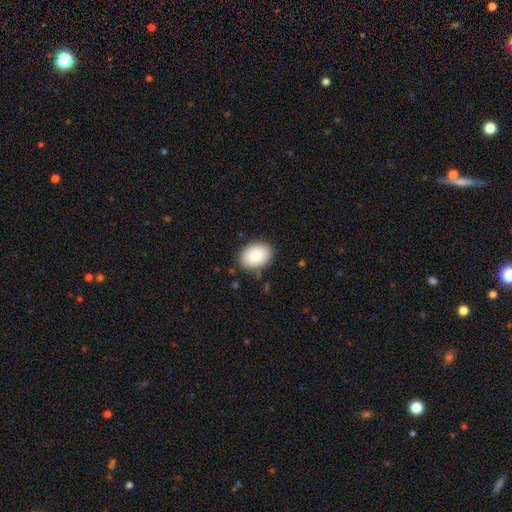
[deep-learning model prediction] Smooth or featured: smooth — 83% (featured or disk — 10%)
How rounded: in between — 74% (round — 26%)
Merging: none — 86% (minor disturbance — 10%)